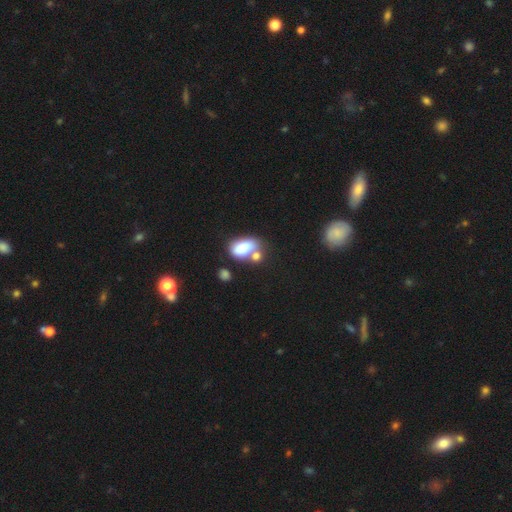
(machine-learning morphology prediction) Smooth or featured? Predicted: smooth (p=0.78). How rounded? Predicted: in between (p=0.84). Merging? Predicted: merger (p=0.45).